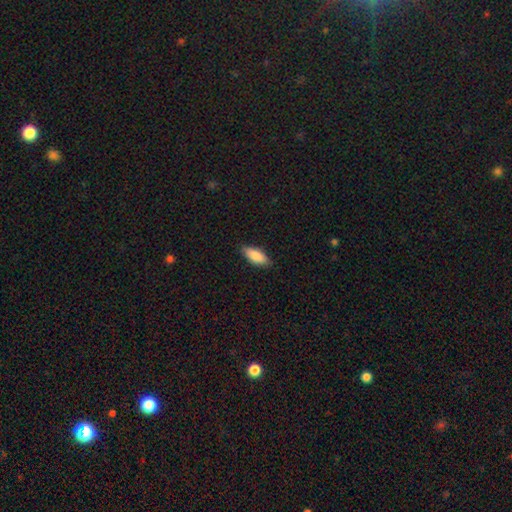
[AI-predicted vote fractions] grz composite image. It shows a smooth galaxy with no disk features (85%) that is in between round and cigar-shaped (76%). Merging: none (85%).